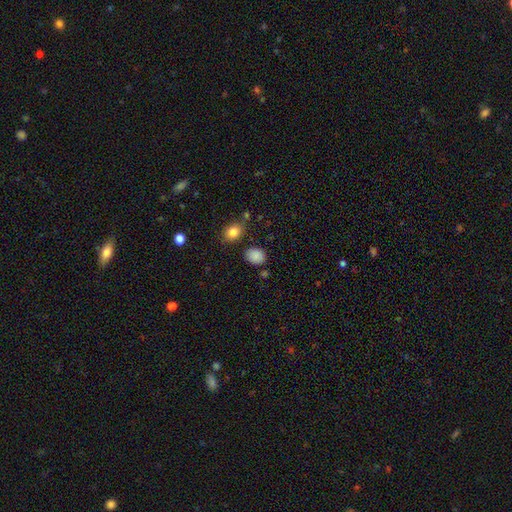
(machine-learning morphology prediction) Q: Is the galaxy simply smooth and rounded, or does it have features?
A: smooth — 86%.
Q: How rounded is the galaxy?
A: round — 50%.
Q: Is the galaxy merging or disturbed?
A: none — 79%.